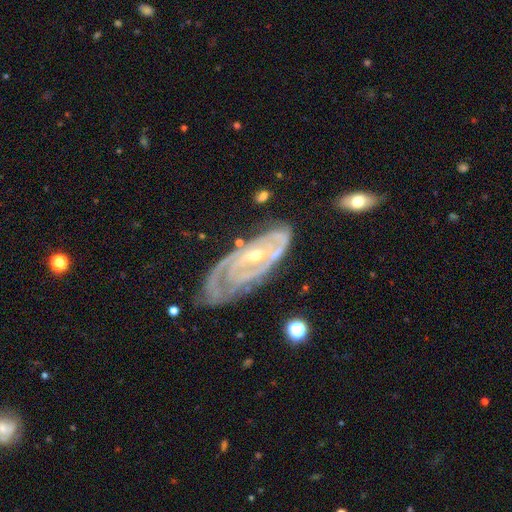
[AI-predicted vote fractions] The model was most divided on "bar": no: 41%, weak: 36%, strong: 23%. Remaining: spiral arms — yes (95%); edge-on disk — no (91%); smooth or featured — featured or disk (89%); spiral winding — tight (69%); merging — none (63%); bulge size — small (61%); spiral arm count — 2 (42%).